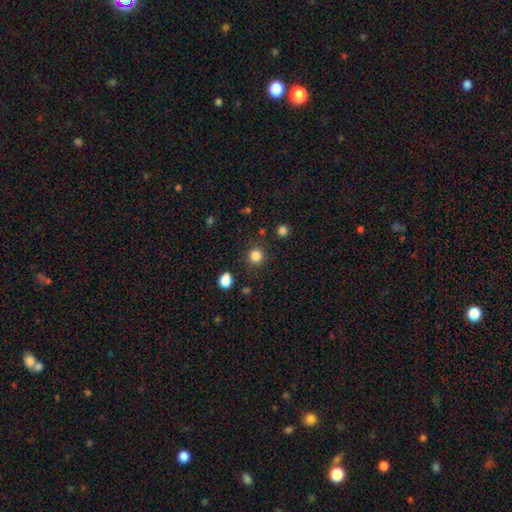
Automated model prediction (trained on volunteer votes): smooth_or_featured: smooth (p=0.84) [alt: star or artifact p=0.12]
how_rounded: round (p=0.92) [alt: in between p=0.07]
merging: none (p=0.88) [alt: minor disturbance p=0.07]